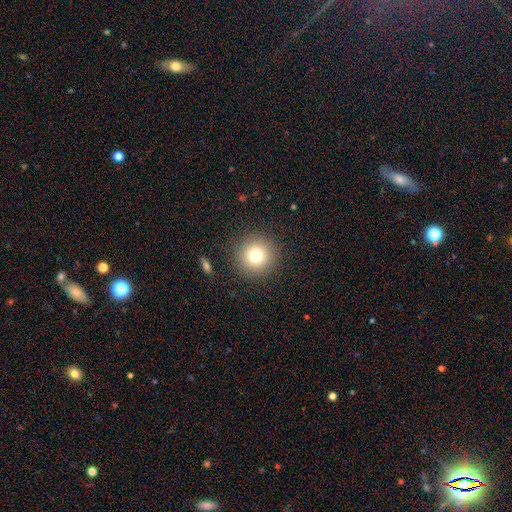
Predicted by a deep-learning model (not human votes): The model was most divided on "smooth or featured": smooth: 76%, star or artifact: 13%, featured or disk: 11%. More confident: how rounded — round (95%); merging — none (90%).